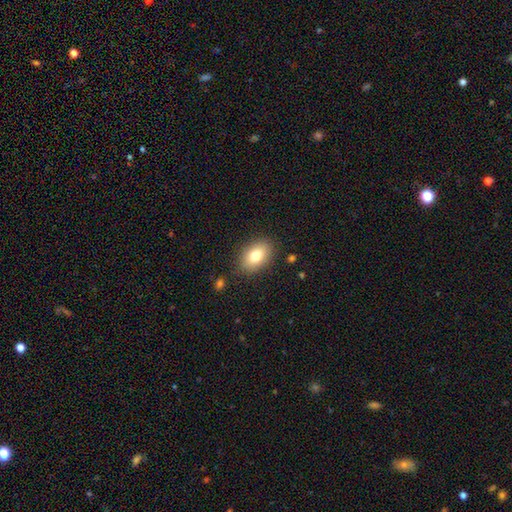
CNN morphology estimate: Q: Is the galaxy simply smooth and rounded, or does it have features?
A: smooth — 79%.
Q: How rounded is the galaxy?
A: in between — 86%.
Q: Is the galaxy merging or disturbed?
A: none — 85%.